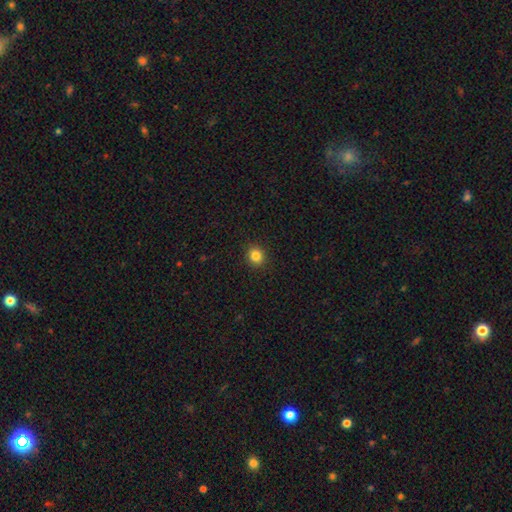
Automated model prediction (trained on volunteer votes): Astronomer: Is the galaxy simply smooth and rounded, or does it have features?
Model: smooth — 84%.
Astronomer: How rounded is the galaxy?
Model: round — 85%.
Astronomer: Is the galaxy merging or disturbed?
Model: none — 92%.